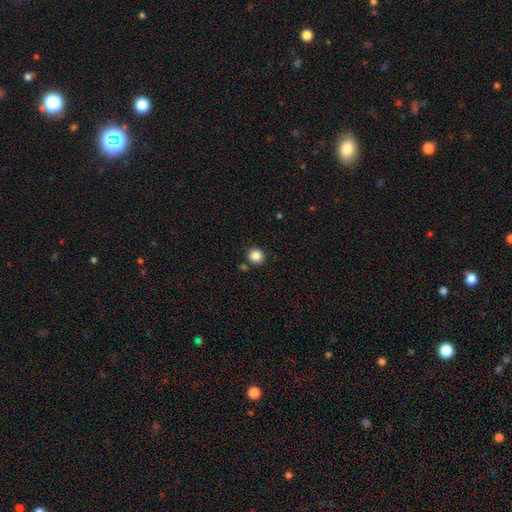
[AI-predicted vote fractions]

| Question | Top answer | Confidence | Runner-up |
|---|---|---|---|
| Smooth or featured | smooth | 86% | star or artifact (10%) |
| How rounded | round | 90% | in between (9%) |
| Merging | none | 84% | minor disturbance (8%) |